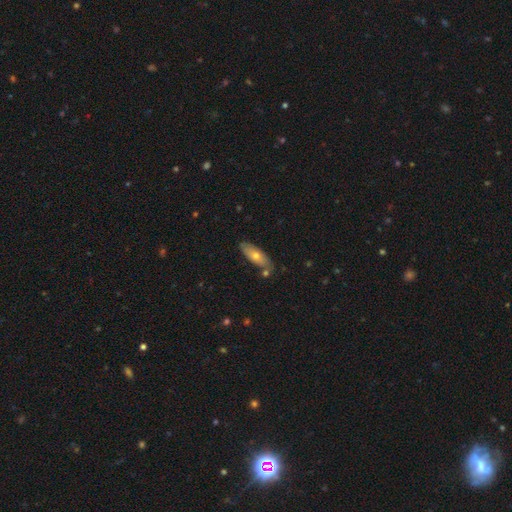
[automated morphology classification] Overall: smooth (61%; featured or disk 32%). How rounded: in between (67%; cigar-shaped 30%). Merging: none (74%).